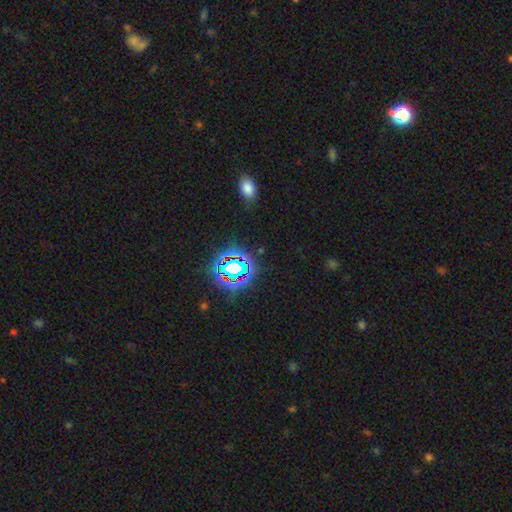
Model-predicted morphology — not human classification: Smooth or featured?
  - star or artifact: 73% *
  - smooth: 18%
  - featured or disk: 9%